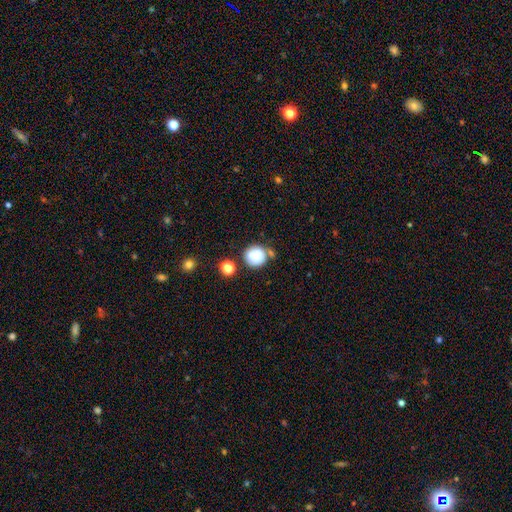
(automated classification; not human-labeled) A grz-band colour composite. It shows a smooth galaxy with no disk features (81%) that is round (87%). Merging: none (61%).